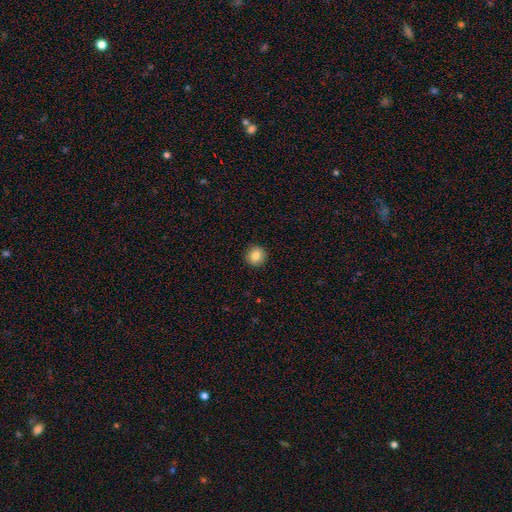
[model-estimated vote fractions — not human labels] Overall: smooth (83%). How rounded: round (95%). Merging: none (93%).